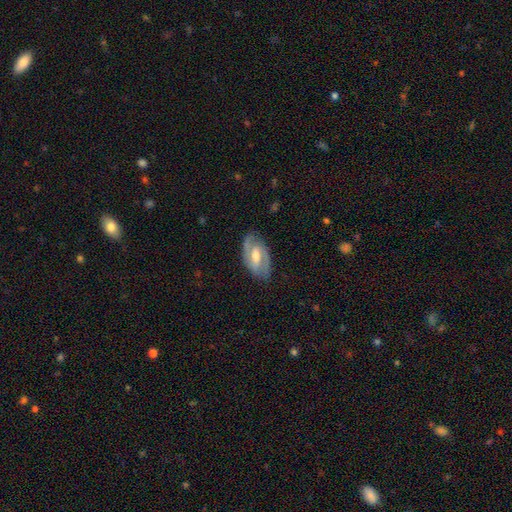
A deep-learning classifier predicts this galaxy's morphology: Smooth or featured? featured or disk (81%)
Edge-on disk? no (95%)
Bar? weak (48%)
Spiral arms? yes (90%)
Spiral winding? medium (49%)
Spiral arm count? 2 (87%)
Bulge size? moderate (66%)
Merging? none (81%)